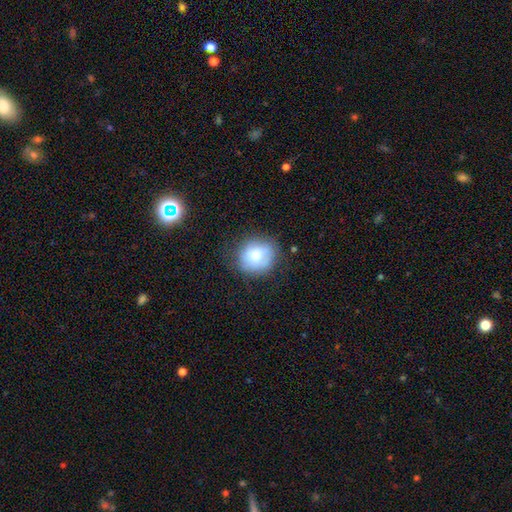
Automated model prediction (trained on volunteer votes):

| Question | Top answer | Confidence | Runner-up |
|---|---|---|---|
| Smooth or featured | smooth | 74% | featured or disk (18%) |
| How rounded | round | 80% | in between (19%) |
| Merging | none | 68% | minor disturbance (22%) |